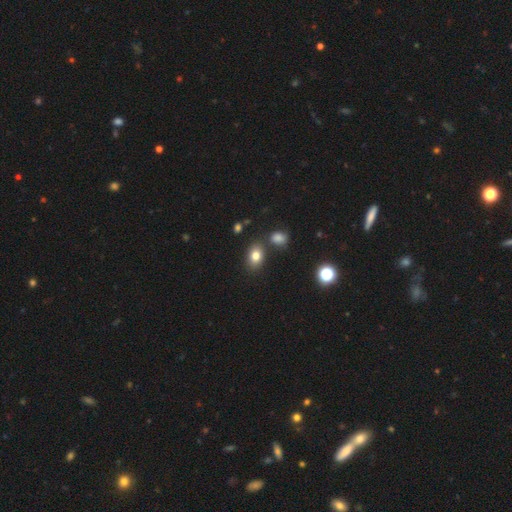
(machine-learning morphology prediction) The model was most divided on "how rounded": in between: 75%, round: 23%, cigar-shaped: 1%. More confident: smooth or featured — smooth (79%); merging — none (76%).